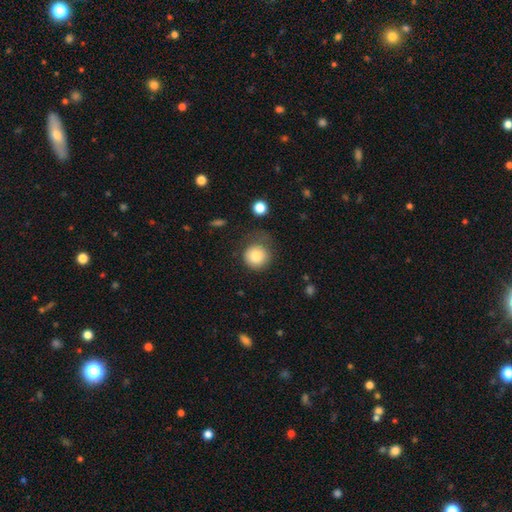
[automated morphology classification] Smooth or featured? Predicted: smooth (p=0.82). How rounded? Predicted: round (p=0.92). Merging? Predicted: none (p=0.57).